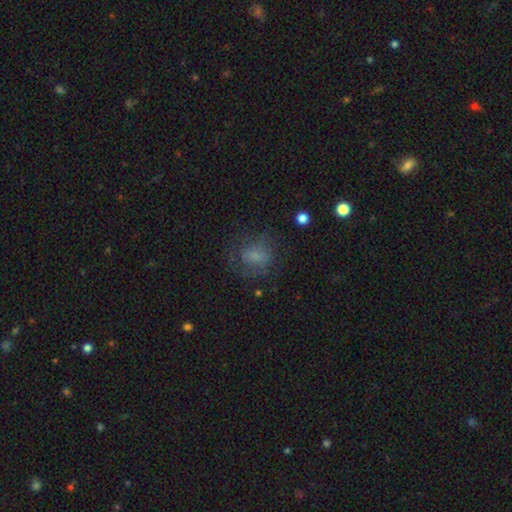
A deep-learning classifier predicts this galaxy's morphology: A smooth galaxy with no disk features (55%) that is in between round and cigar-shaped (50%).

Vote fractions:
- Smooth or featured? smooth: 55% / featured or disk: 31% / star or artifact: 14%
- How rounded? in between: 50% / round: 48% / cigar-shaped: 2%
- Merging? none: 53% / major disturbance: 23% / minor disturbance: 22% / merger: 2%